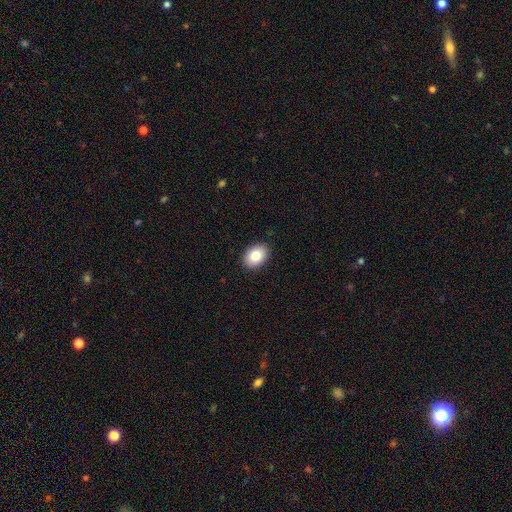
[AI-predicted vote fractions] Smooth or featured? Predicted: smooth (p=0.85). How rounded? Predicted: in between (p=0.80). Merging? Predicted: none (p=0.90).